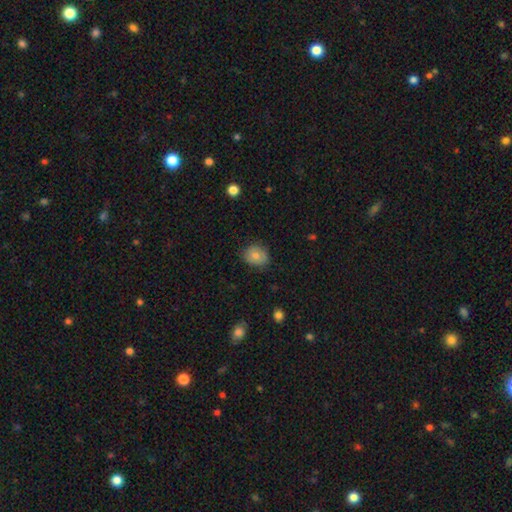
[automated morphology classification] Smooth or featured: smooth — 77% (featured or disk — 14%)
How rounded: round — 59% (in between — 40%)
Merging: none — 76% (minor disturbance — 19%)